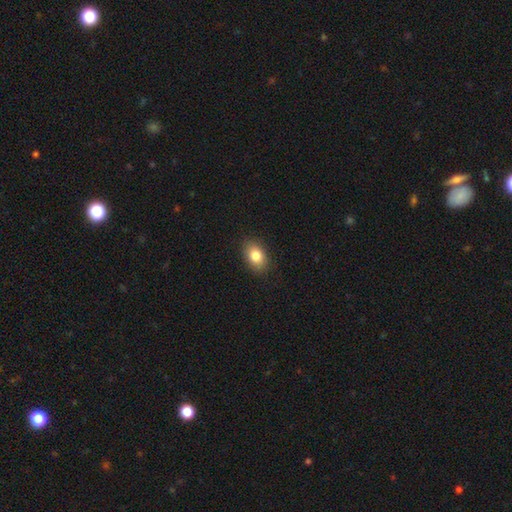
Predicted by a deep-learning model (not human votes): A smooth galaxy with no disk features (83%) that is in between round and cigar-shaped (81%).

Vote fractions:
- Smooth or featured? smooth: 83% / star or artifact: 9% / featured or disk: 8%
- How rounded? in between: 81% / round: 18% / cigar-shaped: 1%
- Merging? none: 88% / minor disturbance: 9% / major disturbance: 2% / merger: 1%